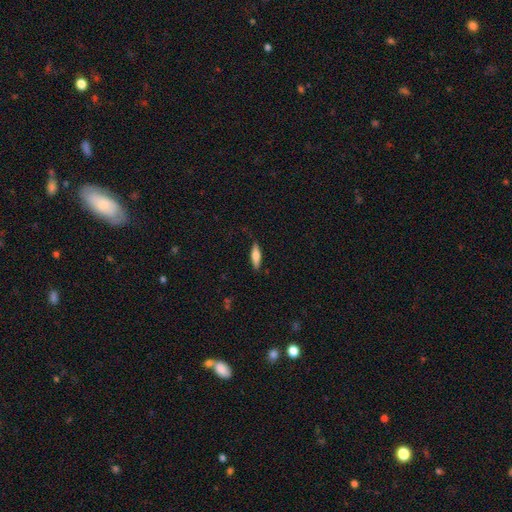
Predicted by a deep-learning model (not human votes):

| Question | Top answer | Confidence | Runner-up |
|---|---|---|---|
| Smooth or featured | smooth | 68% | featured or disk (26%) |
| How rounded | cigar-shaped | 59% | in between (39%) |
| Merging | none | 81% | minor disturbance (15%) |